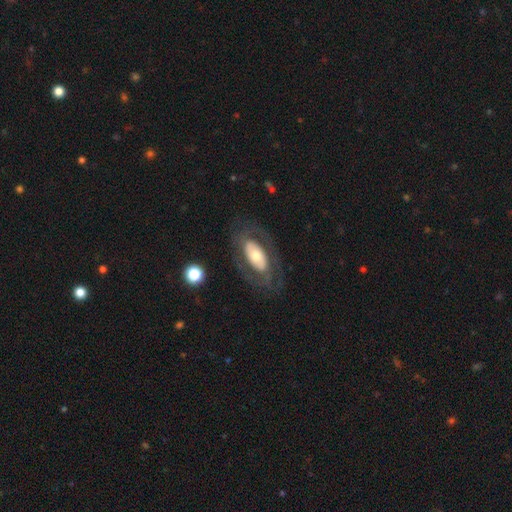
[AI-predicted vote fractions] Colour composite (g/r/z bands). It shows a featured or disk galaxy (57%) with no bar (69%), no spiral arms (59%) and a moderate central bulge (55%). Merging: none (72%).